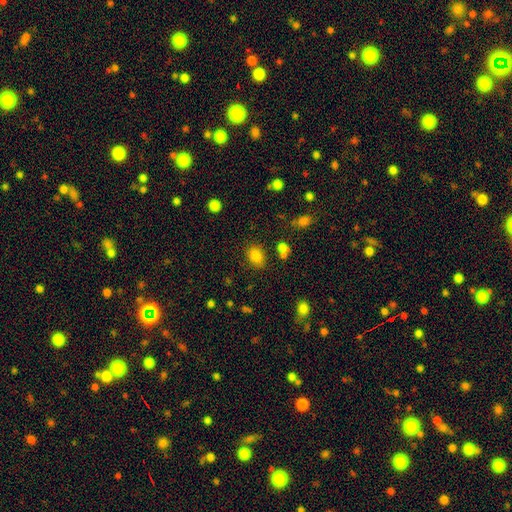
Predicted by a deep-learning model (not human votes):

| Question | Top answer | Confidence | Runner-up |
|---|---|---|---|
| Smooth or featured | smooth | 82% | star or artifact (12%) |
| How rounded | in between | 75% | round (24%) |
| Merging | none | 78% | minor disturbance (12%) |